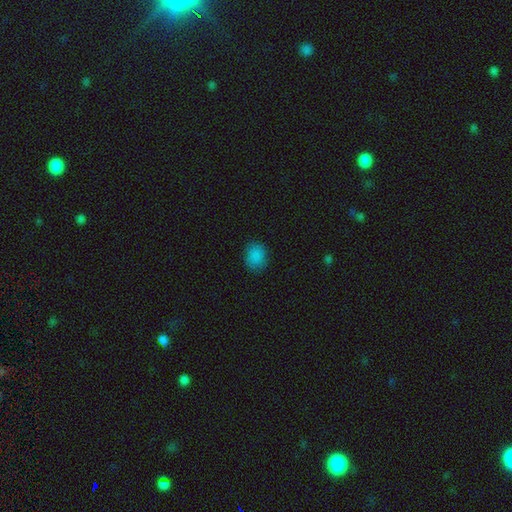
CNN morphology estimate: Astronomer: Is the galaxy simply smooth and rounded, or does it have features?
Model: smooth — 85%.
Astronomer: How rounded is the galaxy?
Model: round — 50% (runner-up: in between, 49%).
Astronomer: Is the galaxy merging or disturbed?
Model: none — 83%.